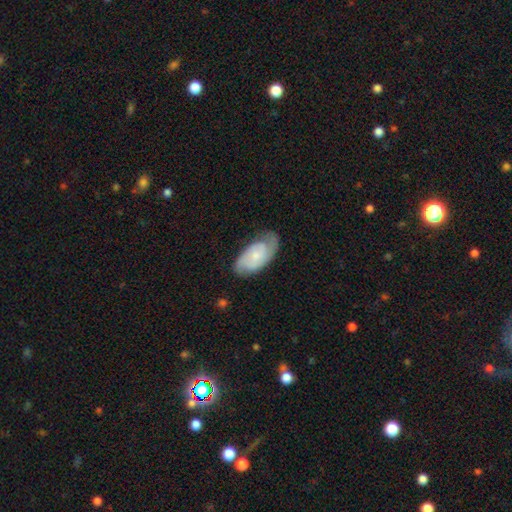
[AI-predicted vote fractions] Smooth or featured: featured or disk — 61% (smooth — 33%)
Edge-on disk: no — 95% (yes — 5%)
Bar: no — 68% (weak — 28%)
Spiral arms: yes — 90% (no — 10%)
Spiral winding: tight — 50% (medium — 37%)
Spiral arm count: 2 — 60% (can't tell — 23%)
Bulge size: small — 60% (moderate — 26%)
Merging: none — 66% (minor disturbance — 25%)